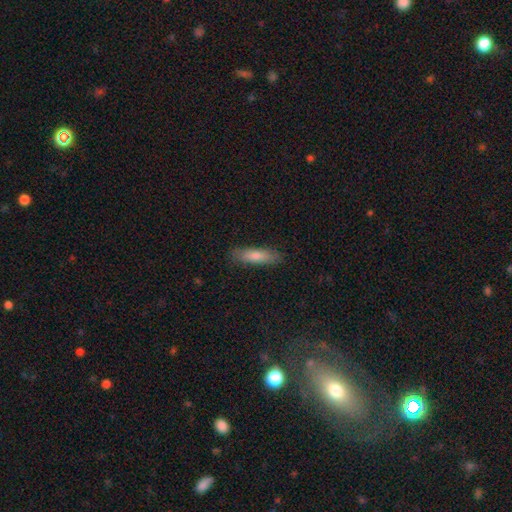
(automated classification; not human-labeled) smooth_or_featured: smooth (p=0.77) [alt: featured or disk p=0.17]
how_rounded: cigar-shaped (p=0.71) [alt: in between p=0.28]
merging: none (p=0.87) [alt: minor disturbance p=0.10]